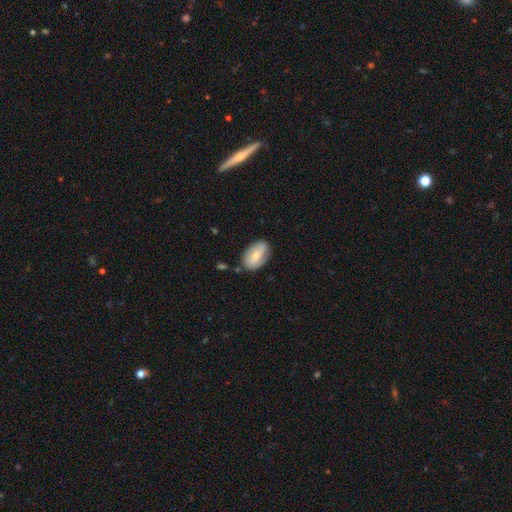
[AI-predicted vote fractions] Smooth or featured: smooth — 62% (featured or disk — 32%)
How rounded: in between — 90% (round — 9%)
Merging: none — 73% (minor disturbance — 20%)